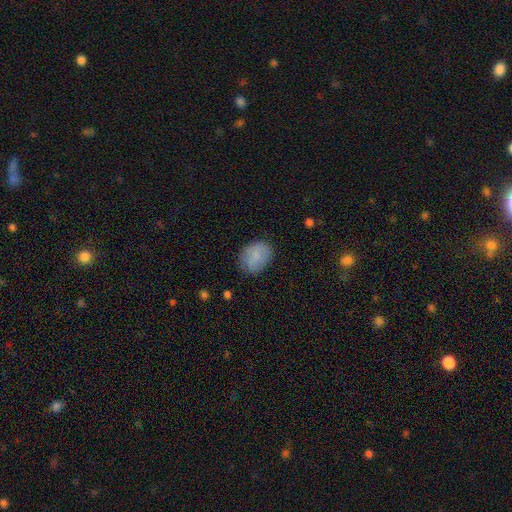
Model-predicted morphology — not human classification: Smooth or featured? smooth (79%)
How rounded? in between (64%)
Merging? none (75%)